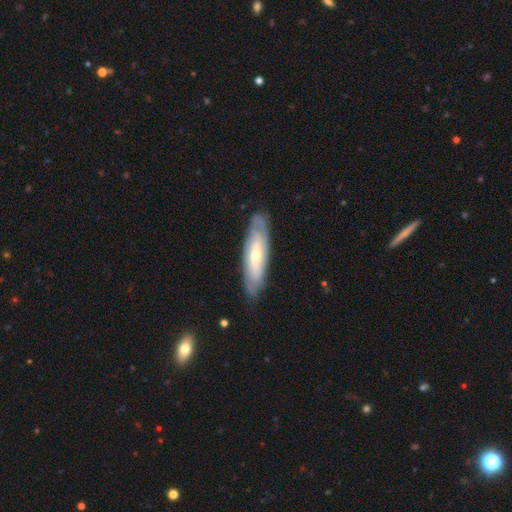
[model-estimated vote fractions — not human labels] Q: Smooth or featured?
A: featured or disk (59%); runner-up: smooth (35%)
Q: Edge-on disk?
A: no (63%); runner-up: yes (37%)
Q: Merging?
A: none (83%); runner-up: minor disturbance (13%)